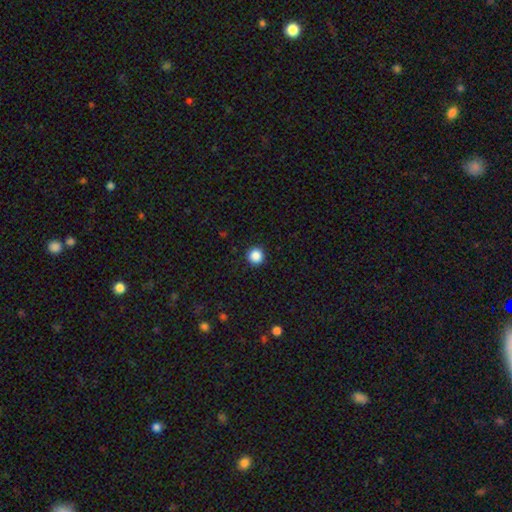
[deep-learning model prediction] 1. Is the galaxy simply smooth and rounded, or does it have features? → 87% smooth, 10% star or artifact, 3% featured or disk.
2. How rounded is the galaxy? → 95% round, 4% in between, 1% cigar-shaped.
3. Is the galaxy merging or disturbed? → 93% none, 5% minor disturbance, 2% major disturbance, 1% merger.